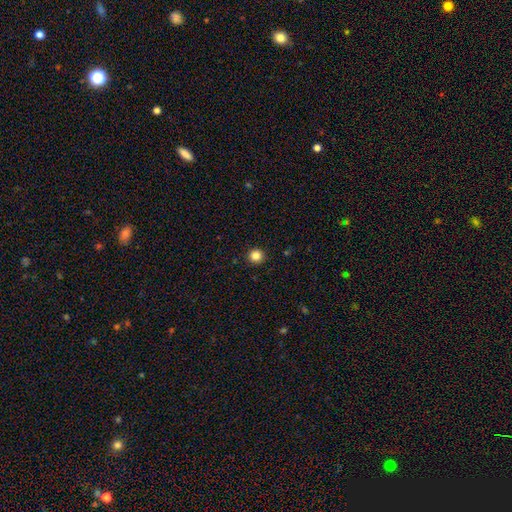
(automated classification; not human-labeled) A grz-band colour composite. It shows a smooth galaxy with no disk features (85%) that is round (95%). Merging: none (93%).